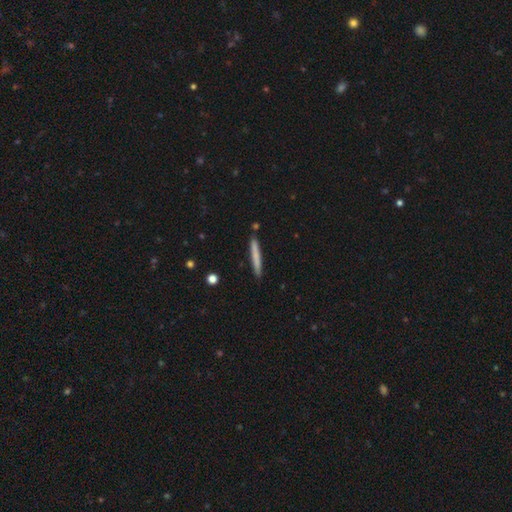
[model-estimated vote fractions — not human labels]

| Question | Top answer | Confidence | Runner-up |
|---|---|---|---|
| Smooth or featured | smooth | 73% | featured or disk (22%) |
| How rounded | cigar-shaped | 96% | in between (2%) |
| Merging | none | 89% | minor disturbance (8%) |